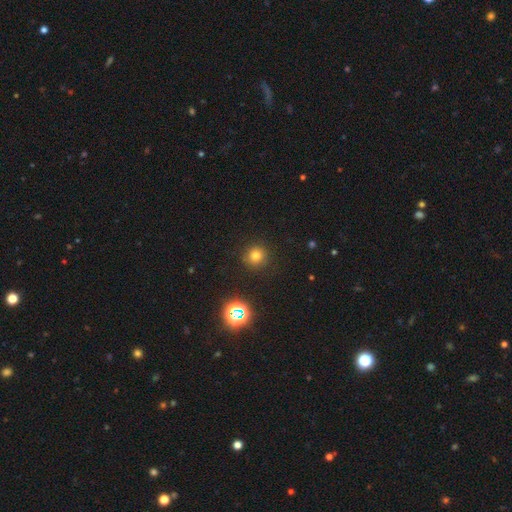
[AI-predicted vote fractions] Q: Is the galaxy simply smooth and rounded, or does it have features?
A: smooth — 73%.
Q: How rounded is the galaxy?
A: round — 94%.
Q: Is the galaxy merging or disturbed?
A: none — 90%.